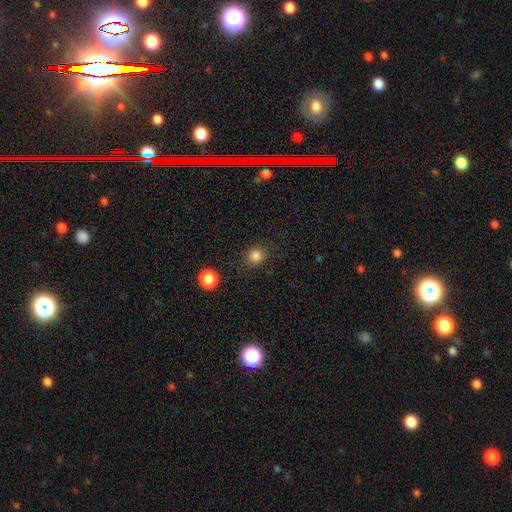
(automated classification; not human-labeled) Smooth or featured: smooth — 84% (star or artifact — 13%)
How rounded: round — 90% (in between — 10%)
Merging: none — 88% (minor disturbance — 8%)